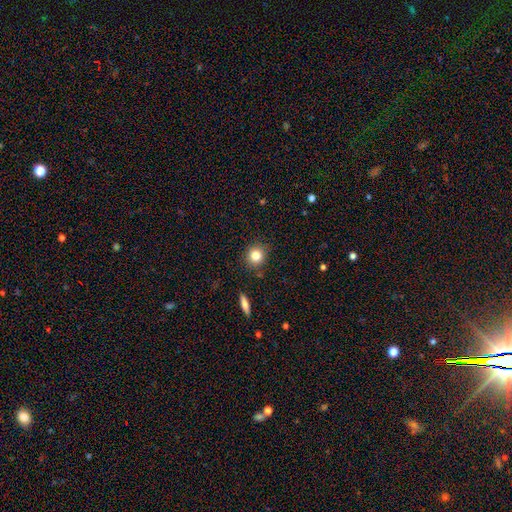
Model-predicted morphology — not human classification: This is clearly a smooth galaxy (82%). How rounded: clearly round (88%). Merging: clearly none (85%).